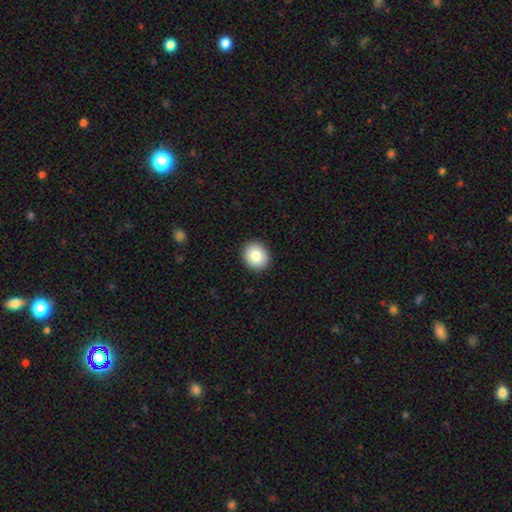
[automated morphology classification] smooth_or_featured: smooth (p=0.83) [alt: star or artifact p=0.09]
how_rounded: round (p=0.76) [alt: in between p=0.23]
merging: none (p=0.92) [alt: minor disturbance p=0.06]